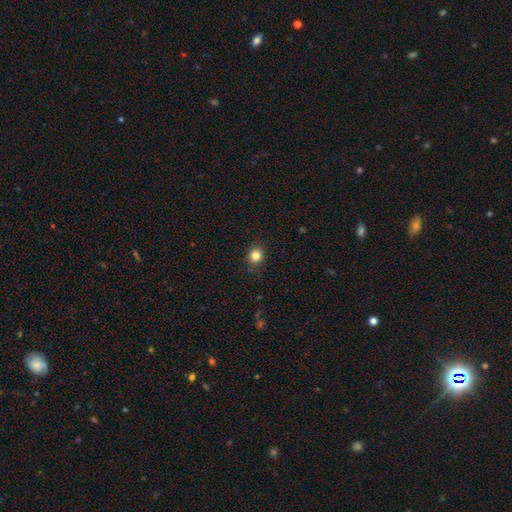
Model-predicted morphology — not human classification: Smooth or featured? smooth (83%)
How rounded? round (79%)
Merging? none (87%)